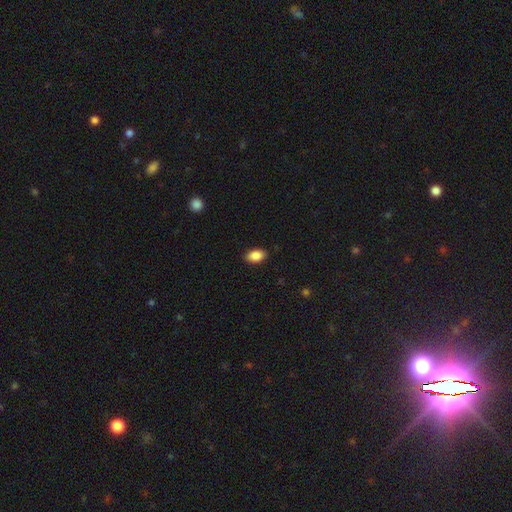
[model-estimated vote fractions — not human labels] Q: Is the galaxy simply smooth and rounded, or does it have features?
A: smooth — 88%.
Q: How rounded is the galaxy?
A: in between — 91%.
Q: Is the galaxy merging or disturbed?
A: none — 89%.